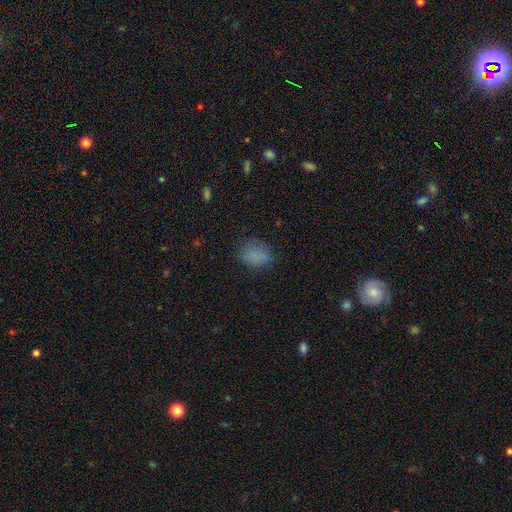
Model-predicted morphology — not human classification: type=smooth (80%); roundness=in between (57%); merging=none (70%).